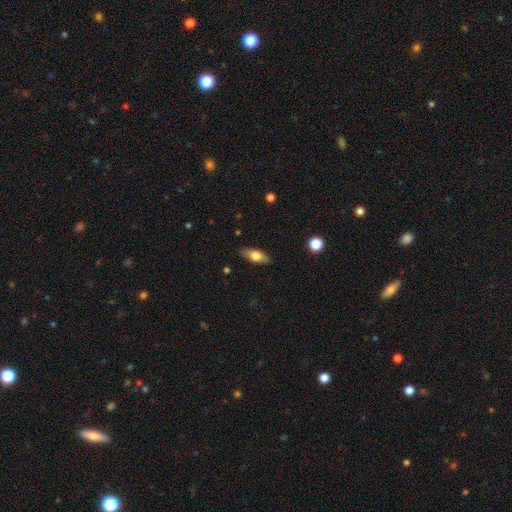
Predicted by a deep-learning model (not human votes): Smooth or featured? Predicted: smooth (p=0.69). How rounded? Predicted: in between (p=0.77). Merging? Predicted: none (p=0.86).